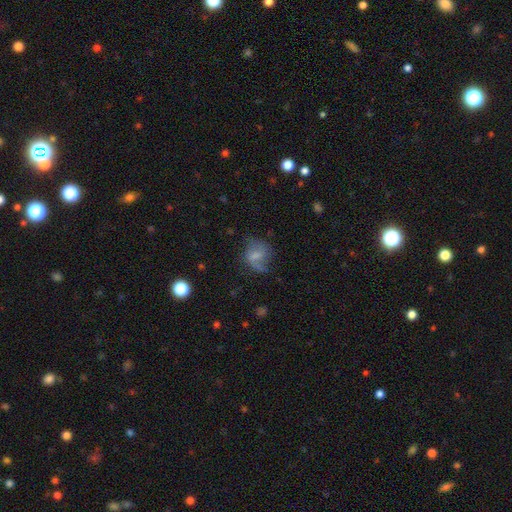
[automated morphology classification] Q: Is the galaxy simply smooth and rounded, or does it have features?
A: smooth — 48%.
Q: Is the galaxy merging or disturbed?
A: none — 45%.